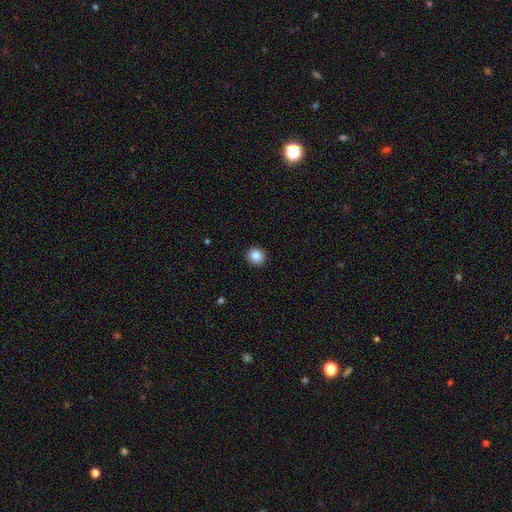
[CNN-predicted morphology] Smooth or featured?
  - smooth: 87% *
  - star or artifact: 9%
  - featured or disk: 3%
How rounded?
  - round: 90% *
  - in between: 9%
  - cigar-shaped: 1%
Merging?
  - none: 92% *
  - minor disturbance: 5%
  - major disturbance: 2%
  - merger: 1%